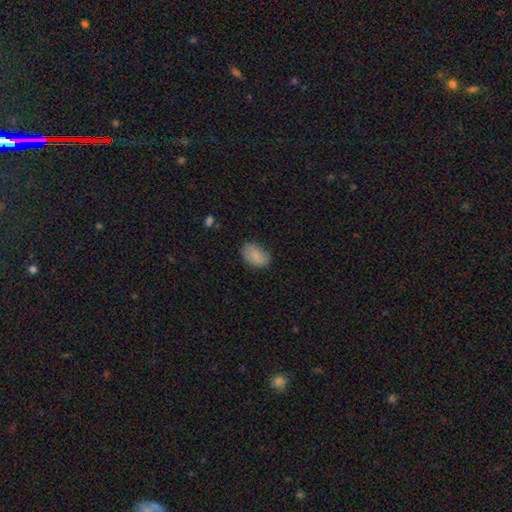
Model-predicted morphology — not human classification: Smooth or featured: smooth — 84% (star or artifact — 8%)
How rounded: in between — 89% (round — 9%)
Merging: none — 73% (minor disturbance — 21%)